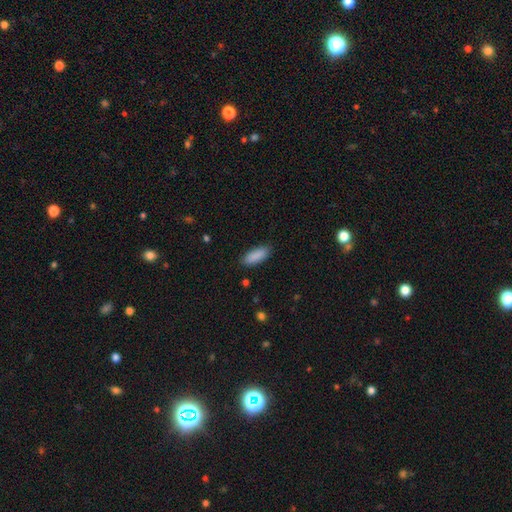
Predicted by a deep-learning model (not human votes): A smooth galaxy with no disk features (90%) that is in between round and cigar-shaped (73%).

Vote fractions:
- Smooth or featured? smooth: 90% / star or artifact: 6% / featured or disk: 4%
- How rounded? in between: 73% / cigar-shaped: 25% / round: 2%
- Merging? none: 86% / minor disturbance: 10% / major disturbance: 2% / merger: 1%